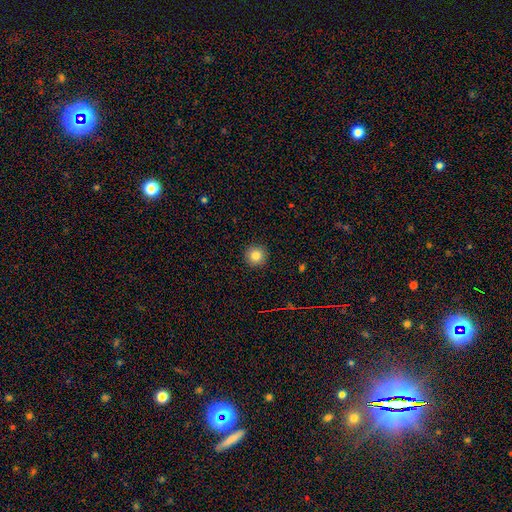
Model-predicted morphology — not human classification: smooth_or_featured: smooth (p=0.83) [alt: star or artifact p=0.11]
how_rounded: round (p=0.96) [alt: in between p=0.03]
merging: none (p=0.93) [alt: minor disturbance p=0.05]